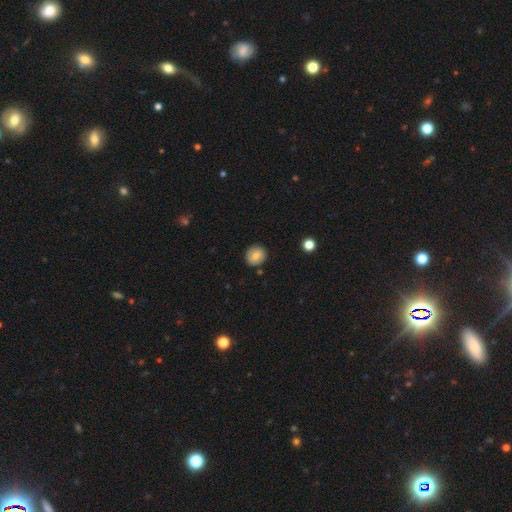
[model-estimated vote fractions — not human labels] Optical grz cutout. It shows a smooth galaxy with no disk features (79%) that is round (85%). Merging: none (86%).